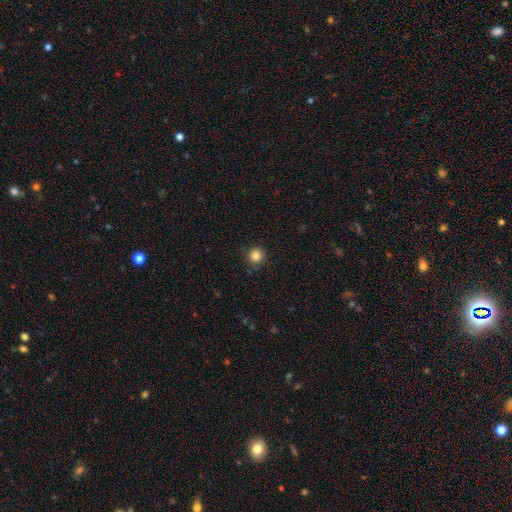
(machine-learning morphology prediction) Smooth or featured? smooth (85%)
How rounded? round (94%)
Merging? none (89%)